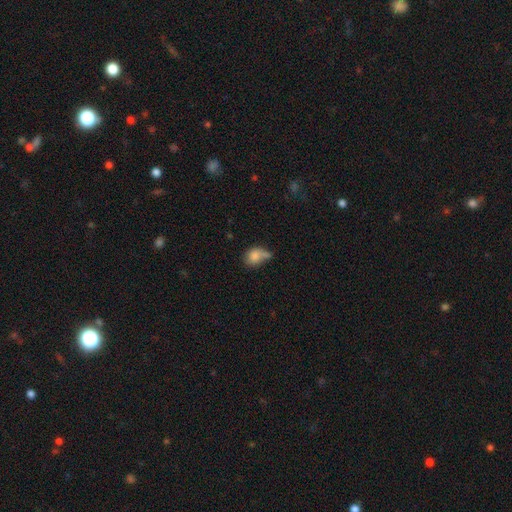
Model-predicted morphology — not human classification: Smooth or featured? Predicted: smooth (p=0.79). How rounded? Predicted: in between (p=0.53). Merging? Predicted: none (p=0.35).